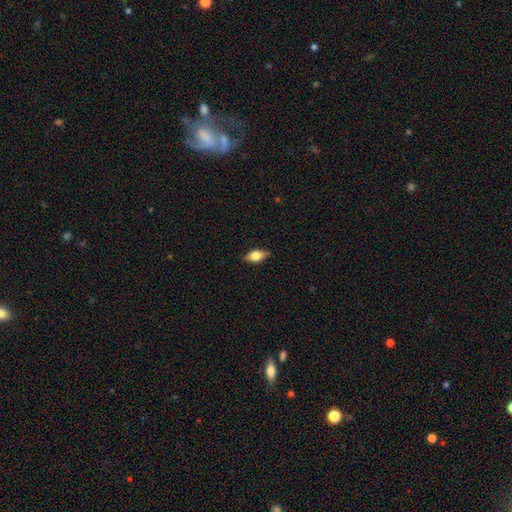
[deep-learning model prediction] Morphology: type=smooth (66%); roundness=in between (83%); merging=none (85%).